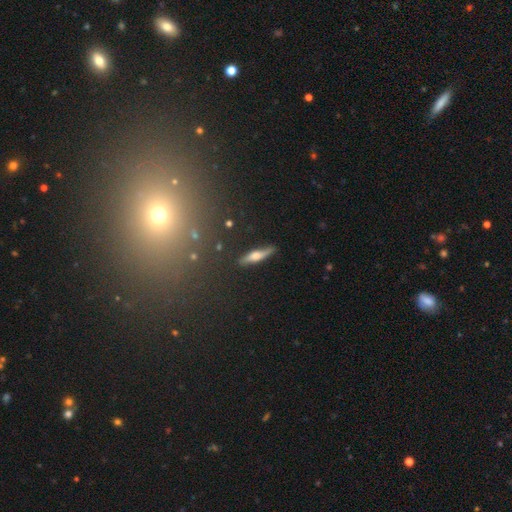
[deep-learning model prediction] A featured or disk galaxy (52%) viewed edge-on (92%). Merging: none (86%).